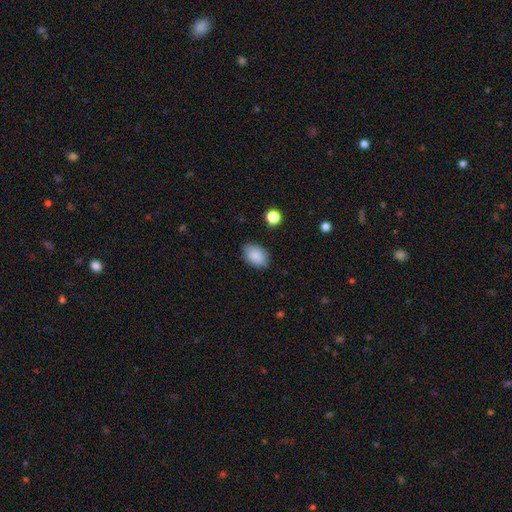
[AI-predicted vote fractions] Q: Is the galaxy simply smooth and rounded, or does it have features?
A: smooth — 88%.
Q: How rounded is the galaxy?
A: in between — 86%.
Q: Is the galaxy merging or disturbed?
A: none — 82%.